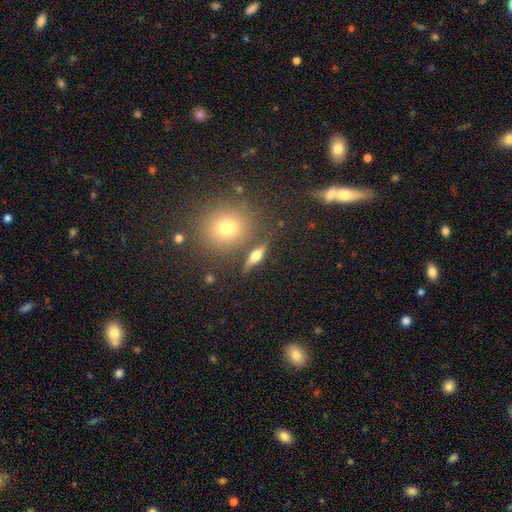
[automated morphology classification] Overall: featured or disk (55%; smooth 34%). Edge-on disk: yes (89%). Merging: none (79%).